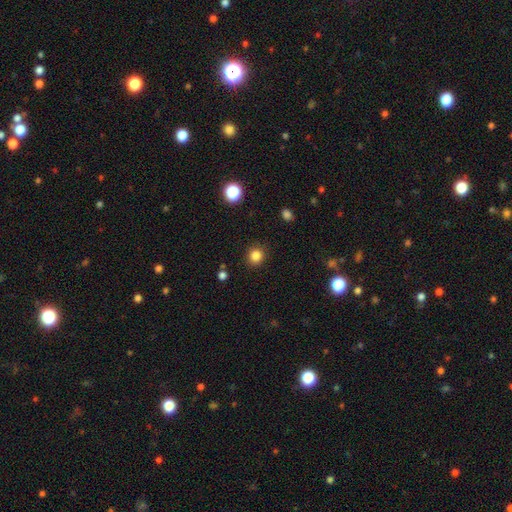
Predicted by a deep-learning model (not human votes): A smooth galaxy with no disk features (84%) that is round (89%).

Vote fractions:
- Smooth or featured? smooth: 84% / star or artifact: 12% / featured or disk: 4%
- How rounded? round: 89% / in between: 11% / cigar-shaped: 1%
- Merging? none: 90% / minor disturbance: 7% / major disturbance: 2% / merger: 1%